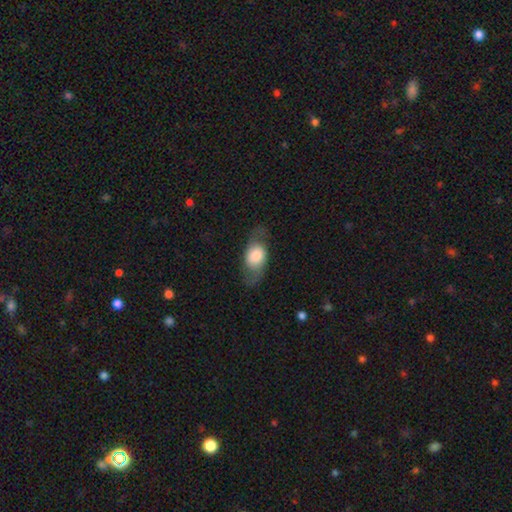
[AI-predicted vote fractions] A smooth galaxy with no disk features (57%) that is in between round and cigar-shaped (71%).

Vote fractions:
- Smooth or featured? smooth: 57% / featured or disk: 36% / star or artifact: 7%
- How rounded? in between: 71% / round: 24% / cigar-shaped: 4%
- Merging? none: 73% / minor disturbance: 16% / major disturbance: 9% / merger: 1%